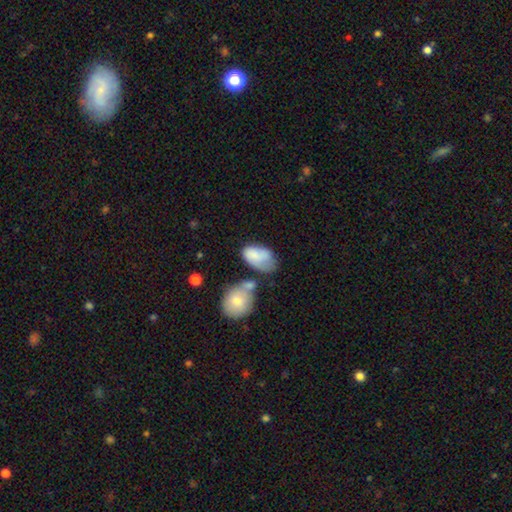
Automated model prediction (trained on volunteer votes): smooth_or_featured: smooth (p=0.75) [alt: featured or disk p=0.18]
how_rounded: in between (p=0.91) [alt: round p=0.08]
merging: none (p=0.28) [alt: minor disturbance p=0.27]